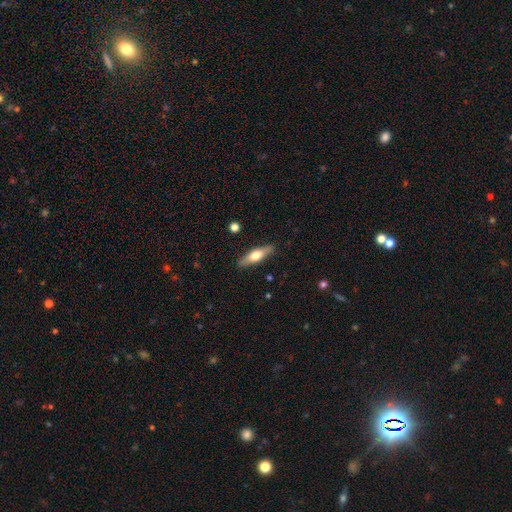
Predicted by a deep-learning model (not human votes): featured or disk 47% (tied), smooth 47% (tied), star or artifact 6%. Down the decision tree: merging — none (88%).